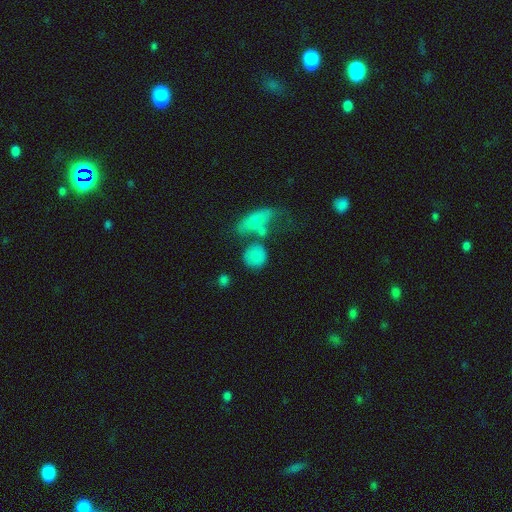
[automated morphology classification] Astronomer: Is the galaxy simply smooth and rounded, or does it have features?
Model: smooth — 80%.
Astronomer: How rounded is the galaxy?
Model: round — 79%.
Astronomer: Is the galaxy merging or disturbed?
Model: none — 56%.